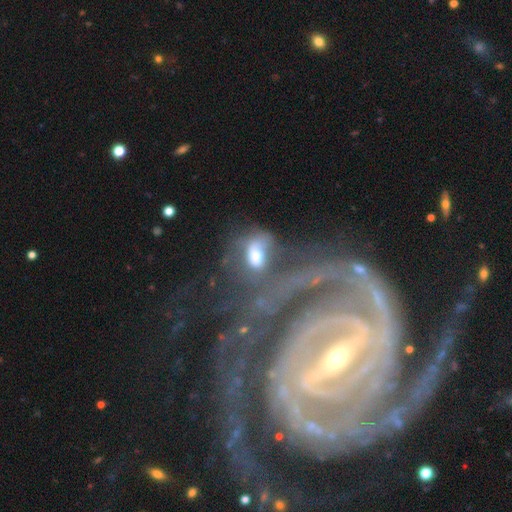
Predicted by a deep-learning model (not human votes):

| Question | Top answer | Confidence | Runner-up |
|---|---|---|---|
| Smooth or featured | featured or disk | 45% | smooth (39%) |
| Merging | major disturbance | 33% | merger (26%) |